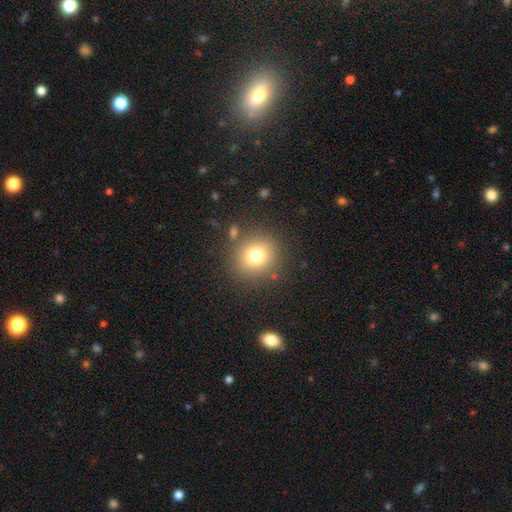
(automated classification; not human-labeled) smooth_or_featured: smooth (p=0.76) [alt: star or artifact p=0.13]
how_rounded: round (p=0.86) [alt: in between p=0.13]
merging: none (p=0.83) [alt: minor disturbance p=0.09]